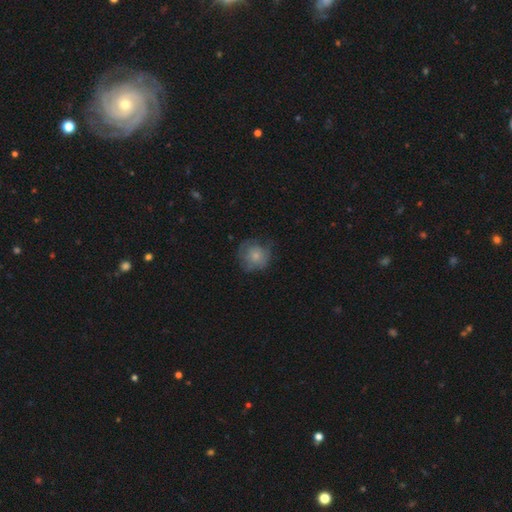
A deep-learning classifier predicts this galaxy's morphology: A smooth galaxy with no disk features (67%) that is round (87%).

Vote fractions:
- Smooth or featured? smooth: 67% / featured or disk: 25% / star or artifact: 8%
- How rounded? round: 87% / in between: 12% / cigar-shaped: 1%
- Merging? none: 60% / minor disturbance: 27% / major disturbance: 12% / merger: 1%